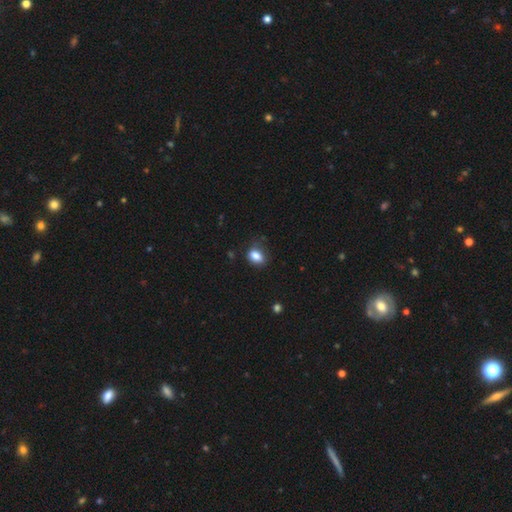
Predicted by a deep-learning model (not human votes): smooth-or-featured: smooth: 84% | star or artifact: 9% | featured or disk: 7%
  how-rounded: in between: 76% | round: 22% | cigar-shaped: 2%
  merging: none: 67% | minor disturbance: 24% | major disturbance: 7% | merger: 2%